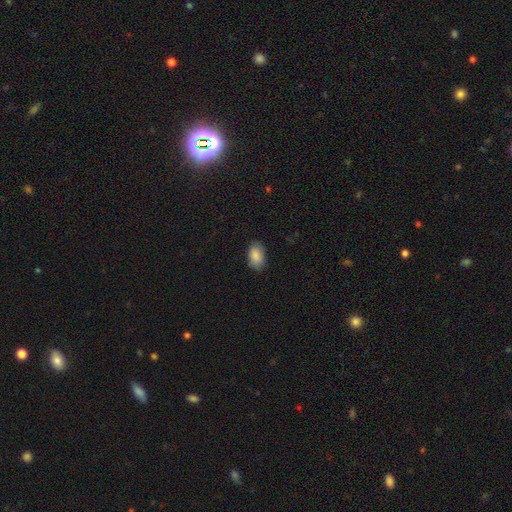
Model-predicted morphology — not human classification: smooth 89%, star or artifact 7%, featured or disk 5%. Down the decision tree: how rounded — in between (91%); merging — none (83%).